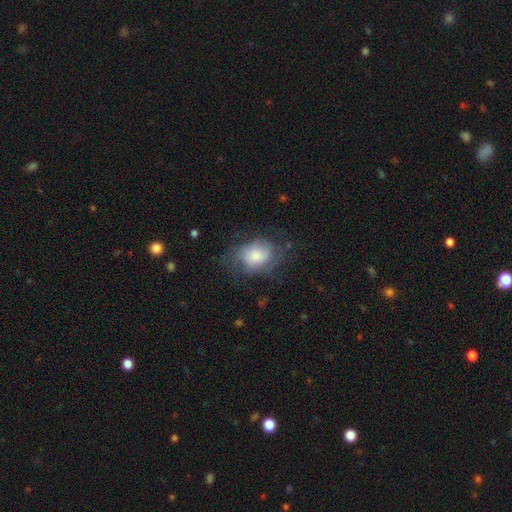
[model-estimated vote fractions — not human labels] Morphology: type=smooth (61%); roundness=in between (64%); merging=none (48%).